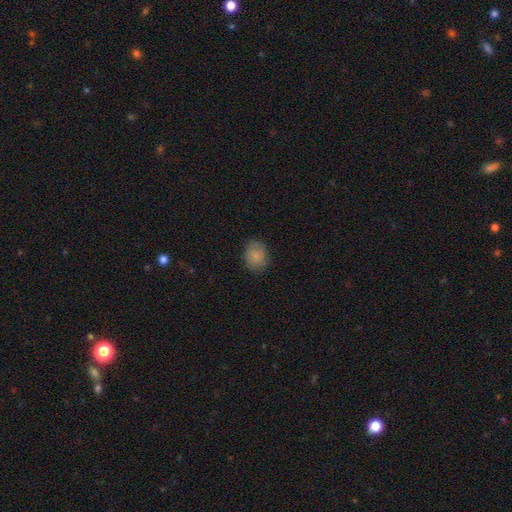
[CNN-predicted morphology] Q: Smooth or featured?
A: smooth (81%); runner-up: featured or disk (10%)
Q: How rounded?
A: in between (51%); runner-up: round (48%)
Q: Merging?
A: none (77%); runner-up: minor disturbance (18%)